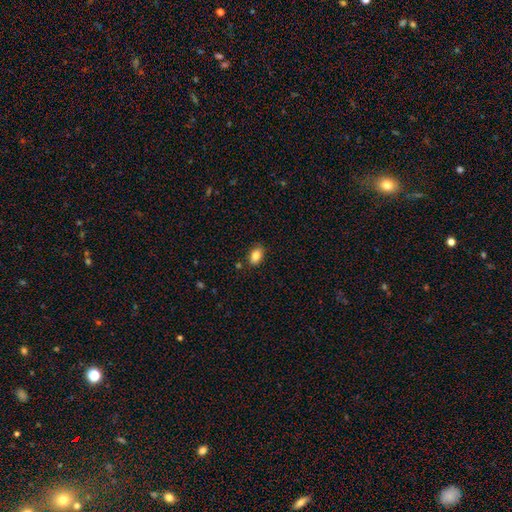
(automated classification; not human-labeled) smooth_or_featured: smooth (p=0.85) [alt: star or artifact p=0.08]
how_rounded: in between (p=0.89) [alt: round p=0.09]
merging: none (p=0.83) [alt: minor disturbance p=0.12]